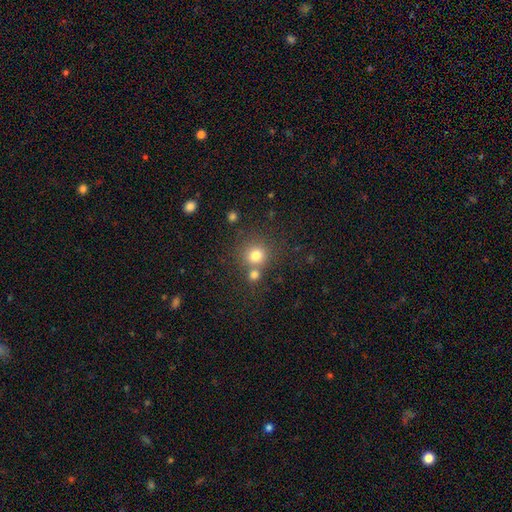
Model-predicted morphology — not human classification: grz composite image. It shows a smooth galaxy with no disk features (78%) that is round (91%). Merging: none (62%).